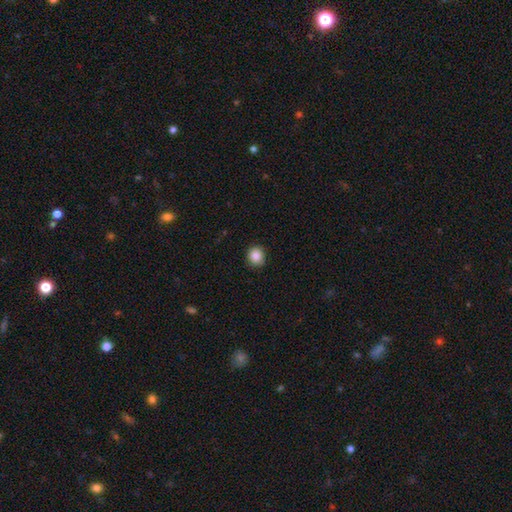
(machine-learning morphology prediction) smooth 86%, star or artifact 10%, featured or disk 4%. Down the decision tree: how rounded — round (85%); merging — none (88%).